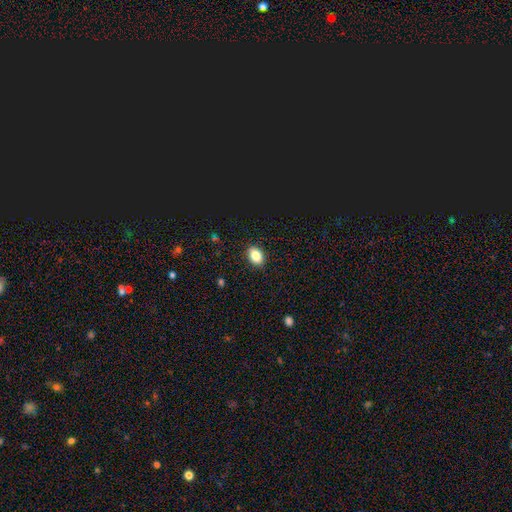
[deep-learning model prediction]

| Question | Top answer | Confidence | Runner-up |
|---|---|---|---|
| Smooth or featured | smooth | 84% | star or artifact (10%) |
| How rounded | in between | 79% | round (19%) |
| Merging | none | 89% | minor disturbance (8%) |